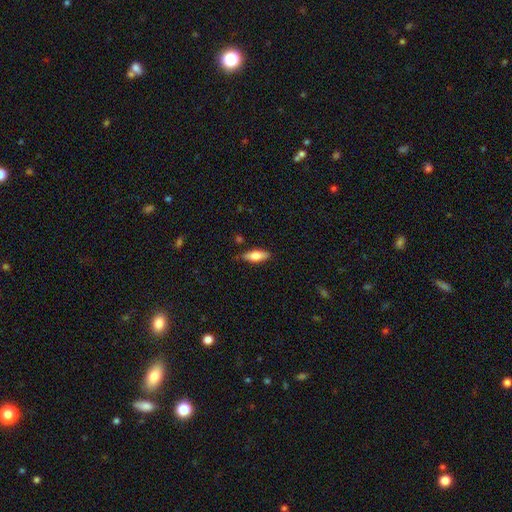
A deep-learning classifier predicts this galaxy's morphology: A smooth galaxy with no disk features (67%) that is in between round and cigar-shaped (65%).

Vote fractions:
- Smooth or featured? smooth: 67% / featured or disk: 26% / star or artifact: 6%
- How rounded? in between: 65% / cigar-shaped: 33% / round: 2%
- Merging? none: 80% / minor disturbance: 15% / major disturbance: 3% / merger: 2%